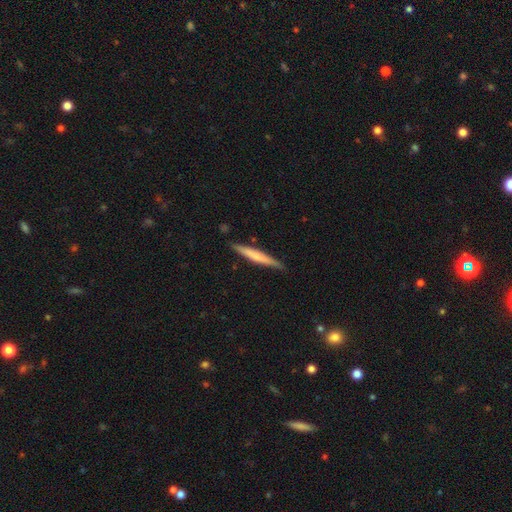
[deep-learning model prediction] Overall: smooth (55%; featured or disk 40%). How rounded: cigar-shaped (95%). Merging: none (86%).